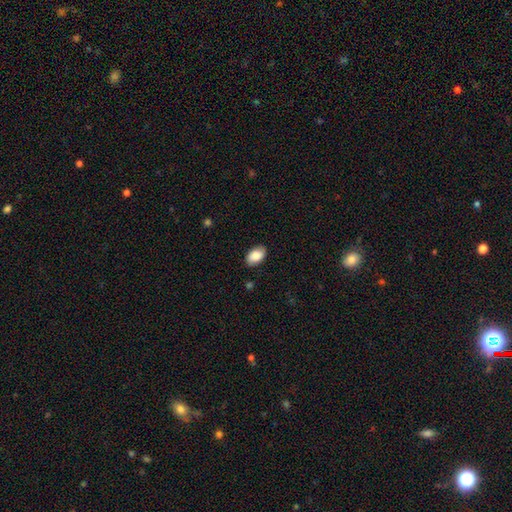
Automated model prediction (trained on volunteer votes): Q: Smooth or featured?
A: smooth (85%); runner-up: featured or disk (8%)
Q: How rounded?
A: in between (92%); runner-up: round (6%)
Q: Merging?
A: none (84%); runner-up: minor disturbance (12%)